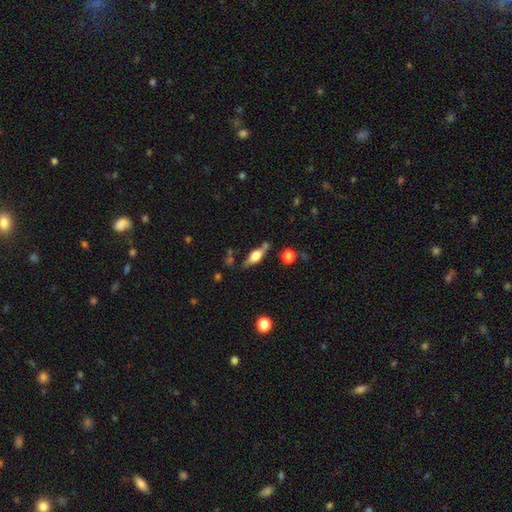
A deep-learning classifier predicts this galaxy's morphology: Q: Smooth or featured?
A: featured or disk (47%); runner-up: smooth (45%)
Q: Merging?
A: none (69%); runner-up: minor disturbance (17%)